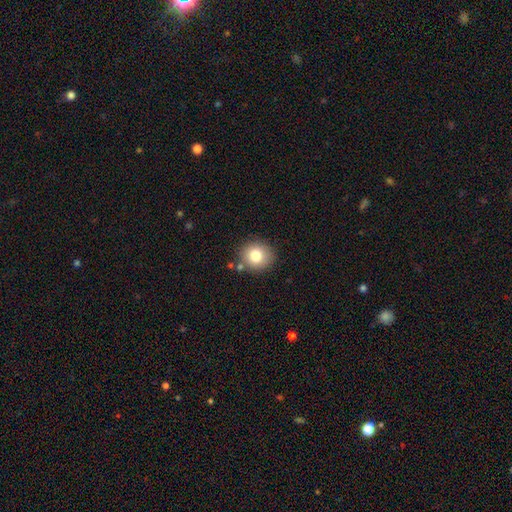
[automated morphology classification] smooth-or-featured: smooth: 80% | star or artifact: 10% | featured or disk: 10%
  how-rounded: round: 81% | in between: 18% | cigar-shaped: 1%
  merging: none: 83% | minor disturbance: 10% | merger: 4% | major disturbance: 3%